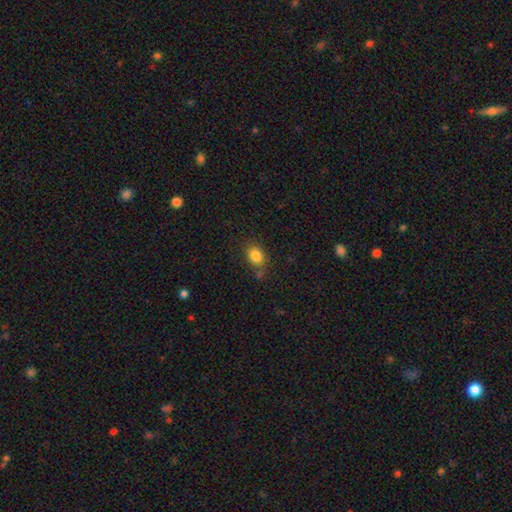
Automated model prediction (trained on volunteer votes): This appears to be a smooth galaxy with no disk features (84%) that is in between round and cigar-shaped (60%). Merging: none (70%).